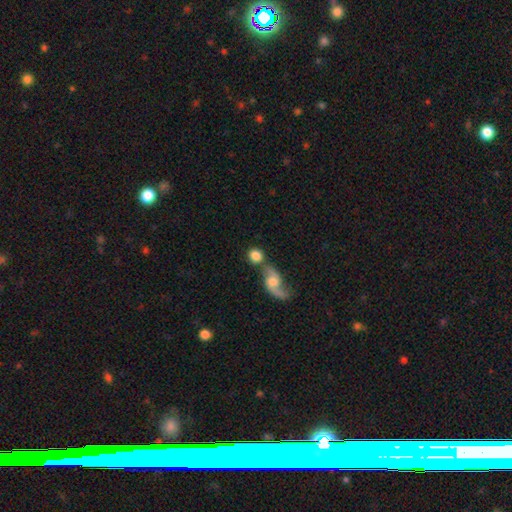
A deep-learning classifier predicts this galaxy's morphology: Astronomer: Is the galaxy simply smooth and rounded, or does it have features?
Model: smooth — 73%.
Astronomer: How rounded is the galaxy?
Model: round — 84%.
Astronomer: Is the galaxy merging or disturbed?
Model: none — 51% (runner-up: merger, 34%).